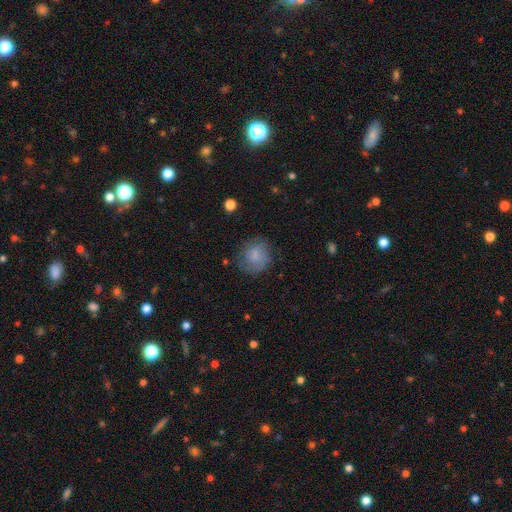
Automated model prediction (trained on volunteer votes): Q: Smooth or featured?
A: smooth (72%); runner-up: featured or disk (20%)
Q: How rounded?
A: round (85%); runner-up: in between (14%)
Q: Merging?
A: none (70%); runner-up: minor disturbance (20%)